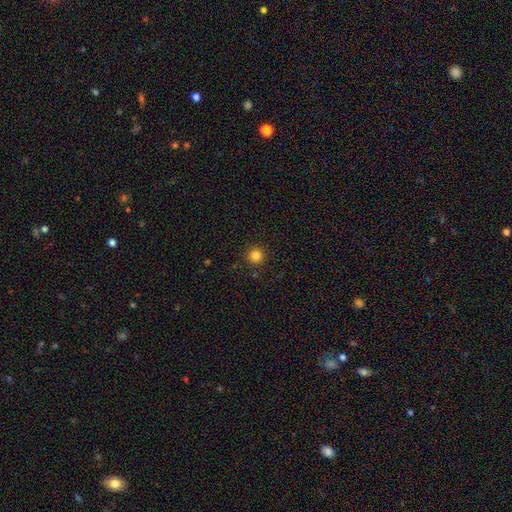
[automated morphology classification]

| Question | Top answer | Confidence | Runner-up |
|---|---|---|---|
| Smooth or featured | smooth | 83% | star or artifact (13%) |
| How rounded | round | 95% | in between (4%) |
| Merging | none | 91% | minor disturbance (6%) |